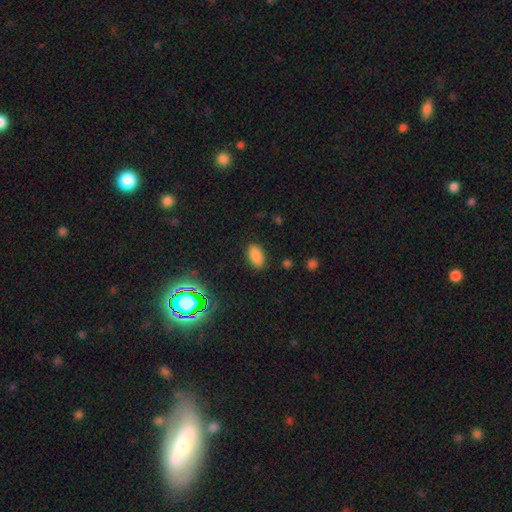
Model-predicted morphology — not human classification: smooth_or_featured: smooth (p=0.83) [alt: star or artifact p=0.12]
how_rounded: in between (p=0.92) [alt: round p=0.05]
merging: none (p=0.86) [alt: minor disturbance p=0.10]